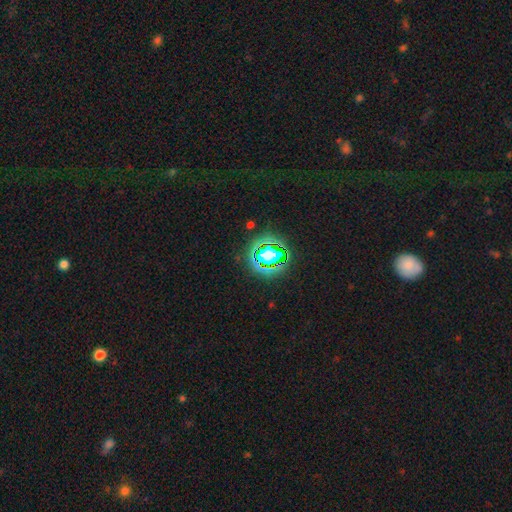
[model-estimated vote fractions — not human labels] Smooth or featured? Predicted: star or artifact (p=0.78).